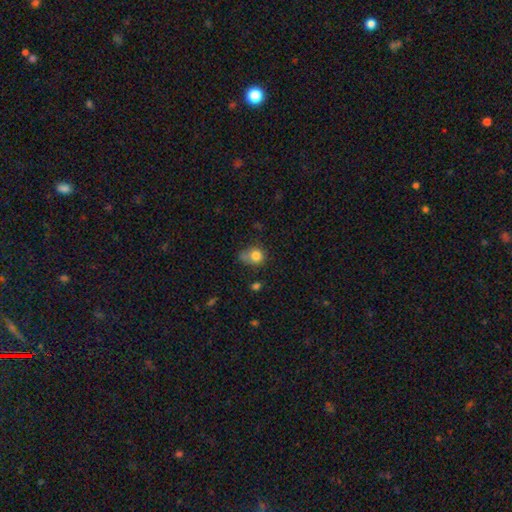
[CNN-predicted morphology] This is clearly a smooth galaxy (81%). How rounded: likely round (69%). Merging: marginally none (42%).